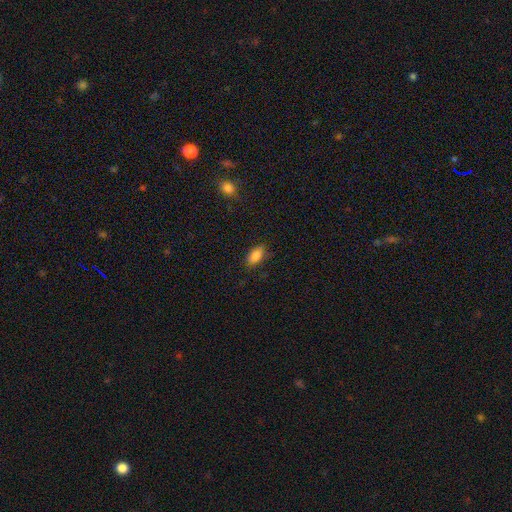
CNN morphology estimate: A smooth galaxy with no disk features (86%) that is in between round and cigar-shaped (89%).

Vote fractions:
- Smooth or featured? smooth: 86% / star or artifact: 8% / featured or disk: 6%
- How rounded? in between: 89% / cigar-shaped: 7% / round: 4%
- Merging? none: 83% / minor disturbance: 13% / major disturbance: 3% / merger: 1%